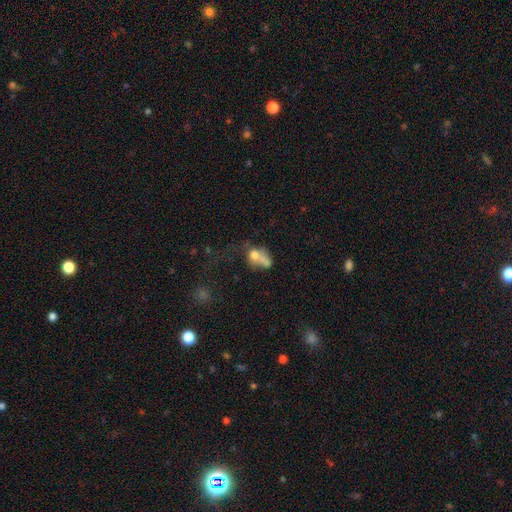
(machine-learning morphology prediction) This appears to be a smooth galaxy with no disk features (60%) that is in between round and cigar-shaped (56%). Merging: merger (48%).